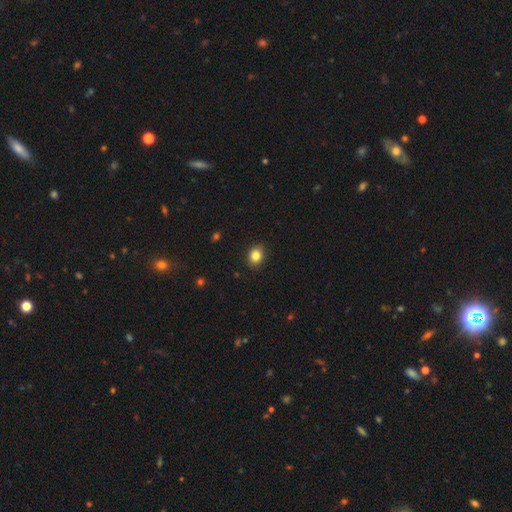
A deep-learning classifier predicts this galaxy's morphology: A smooth galaxy with no disk features (84%) that is round (54%).

Vote fractions:
- Smooth or featured? smooth: 84% / star or artifact: 10% / featured or disk: 5%
- How rounded? round: 54% / in between: 45% / cigar-shaped: 1%
- Merging? none: 88% / minor disturbance: 9% / major disturbance: 2% / merger: 1%